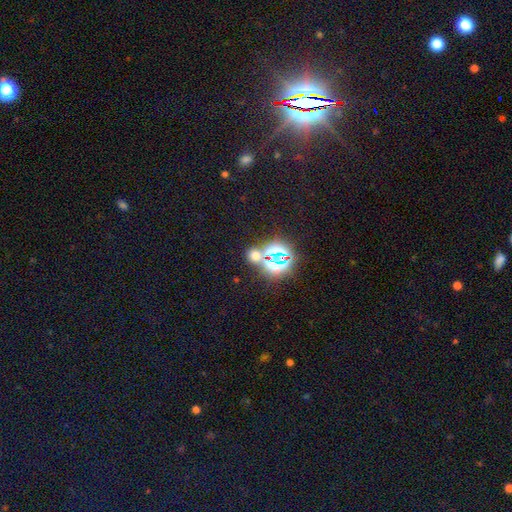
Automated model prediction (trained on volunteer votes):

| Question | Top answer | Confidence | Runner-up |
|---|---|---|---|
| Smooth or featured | star or artifact | 49% | smooth (45%) |